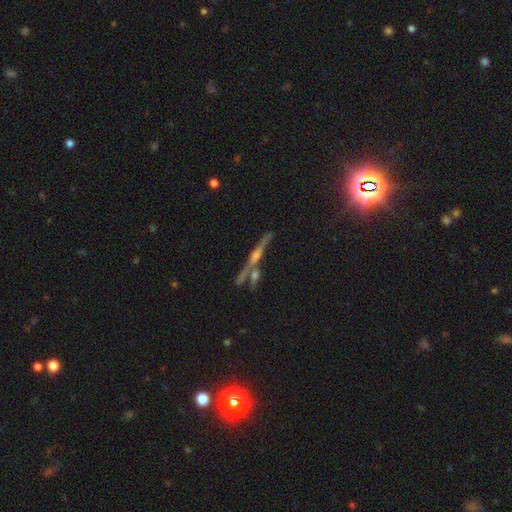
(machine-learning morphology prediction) This is possibly a featured or disk galaxy (54%). It is clearly viewed edge-on (84%). Merging: likely none (60%).